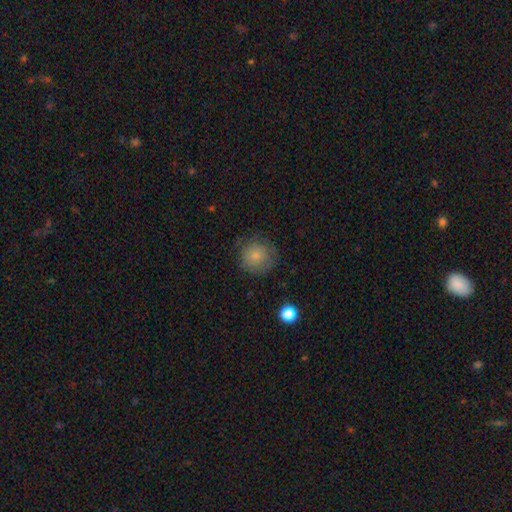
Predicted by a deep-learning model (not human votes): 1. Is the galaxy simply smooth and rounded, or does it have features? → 81% smooth, 10% featured or disk, 9% star or artifact.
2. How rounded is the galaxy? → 92% round, 7% in between, 1% cigar-shaped.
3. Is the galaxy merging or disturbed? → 76% none, 17% minor disturbance, 6% major disturbance, 1% merger.